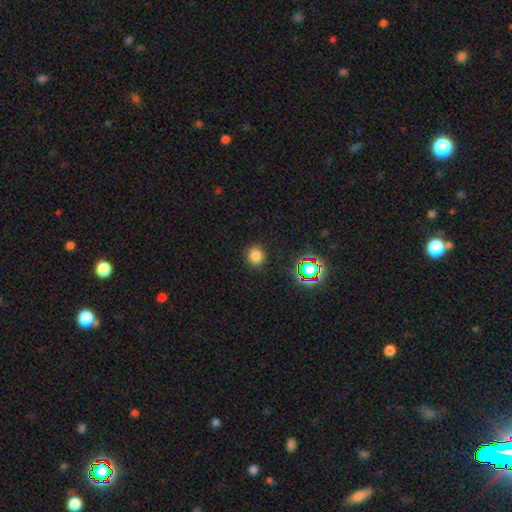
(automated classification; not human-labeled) smooth 78%, star or artifact 17%, featured or disk 5%. Down the decision tree: how rounded — round (86%); merging — none (90%).